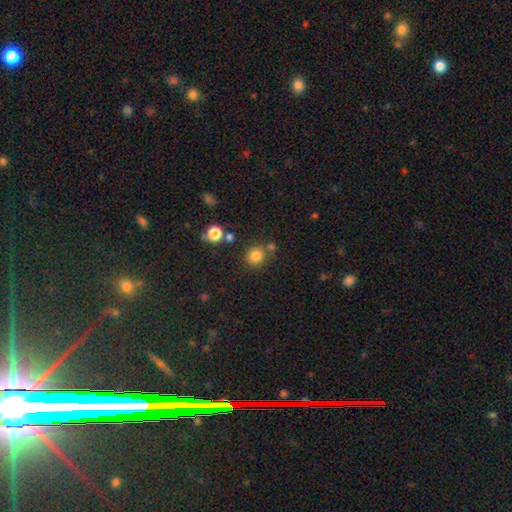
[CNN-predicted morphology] smooth_or_featured: smooth (p=0.81) [alt: star or artifact p=0.13]
how_rounded: round (p=0.88) [alt: in between p=0.11]
merging: none (p=0.75) [alt: merger p=0.11]